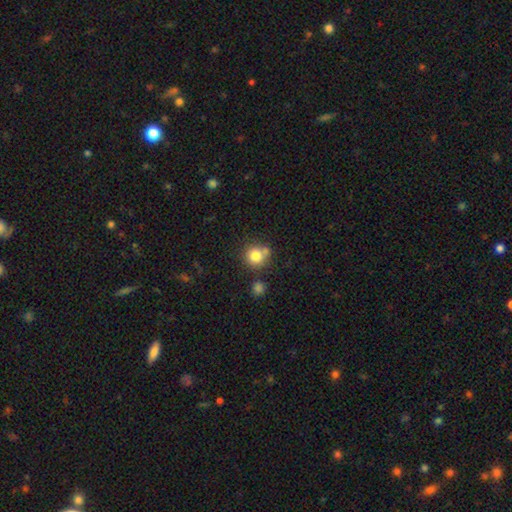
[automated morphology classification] Smooth or featured? smooth (81%)
How rounded? round (91%)
Merging? none (64%)